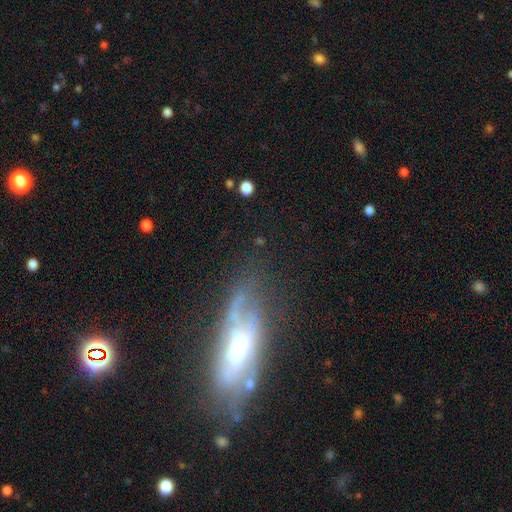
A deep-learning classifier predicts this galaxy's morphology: smooth-or-featured: featured or disk: 74% | smooth: 15% | star or artifact: 11%
  disk-edge-on: no: 63% | yes: 37%
  merging: none: 65% | minor disturbance: 20% | major disturbance: 12% | merger: 3%